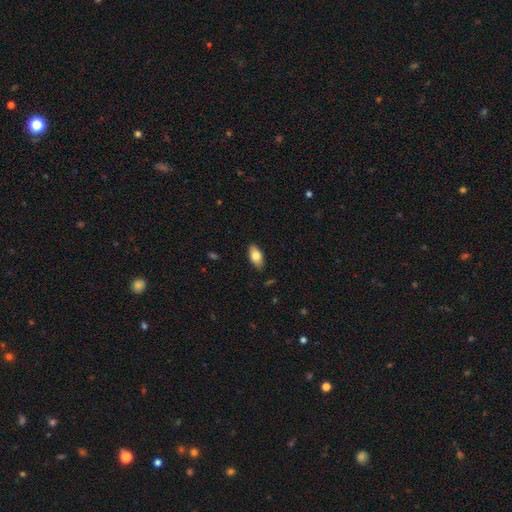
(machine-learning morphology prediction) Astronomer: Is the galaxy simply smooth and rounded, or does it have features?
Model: smooth — 80%.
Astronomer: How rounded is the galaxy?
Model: in between — 91%.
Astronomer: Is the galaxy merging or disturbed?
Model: none — 86%.